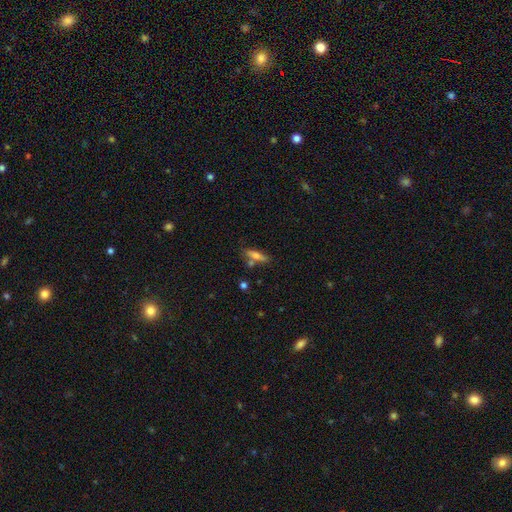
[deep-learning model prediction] Smooth or featured? smooth (62%)
How rounded? cigar-shaped (66%)
Merging? none (66%)